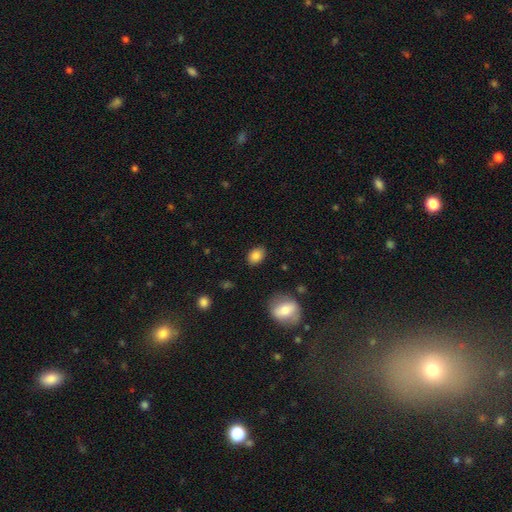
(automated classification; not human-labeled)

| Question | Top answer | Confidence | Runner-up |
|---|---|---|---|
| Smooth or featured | smooth | 84% | star or artifact (9%) |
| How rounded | in between | 76% | round (23%) |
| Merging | none | 86% | minor disturbance (10%) |